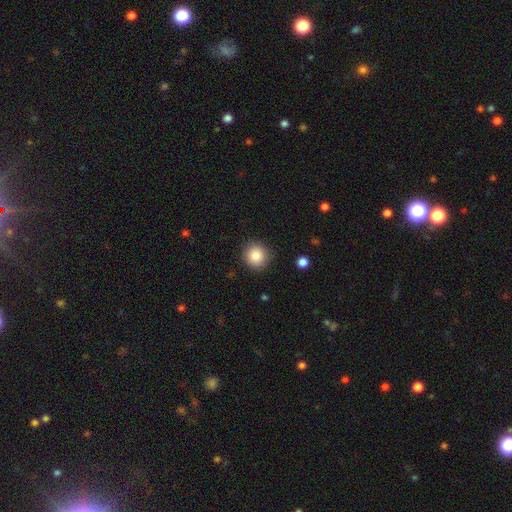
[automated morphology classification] Smooth or featured: smooth — 85% (star or artifact — 9%)
How rounded: round — 92% (in between — 7%)
Merging: none — 89% (minor disturbance — 7%)